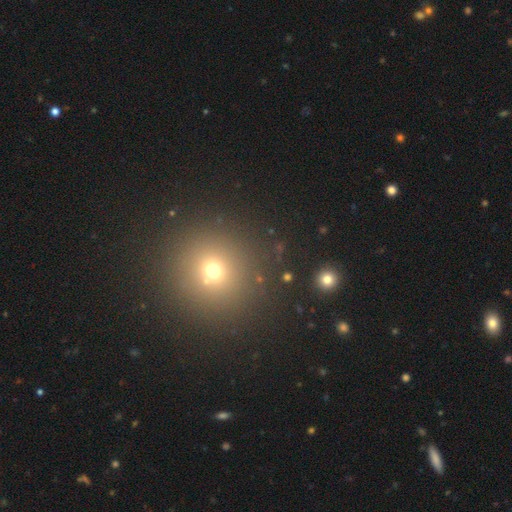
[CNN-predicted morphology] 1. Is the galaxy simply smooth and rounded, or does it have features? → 61% smooth, 33% star or artifact, 7% featured or disk.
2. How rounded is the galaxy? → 94% round, 5% in between, 1% cigar-shaped.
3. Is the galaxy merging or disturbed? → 91% none, 5% minor disturbance, 2% major disturbance, 2% merger.